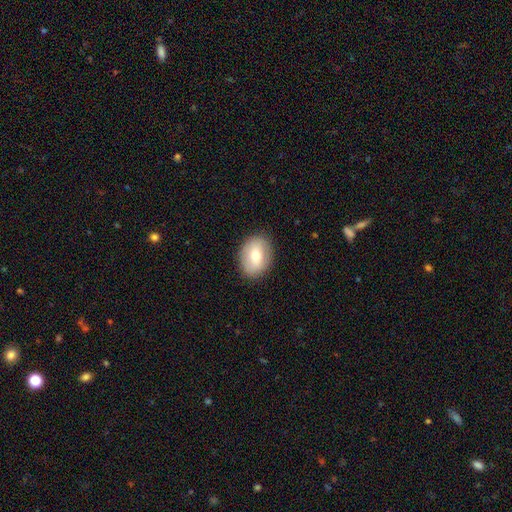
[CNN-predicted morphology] smooth-or-featured: smooth: 65% | featured or disk: 27% | star or artifact: 8%
  how-rounded: in between: 67% | round: 32% | cigar-shaped: 1%
  merging: none: 86% | minor disturbance: 10% | major disturbance: 3% | merger: 1%